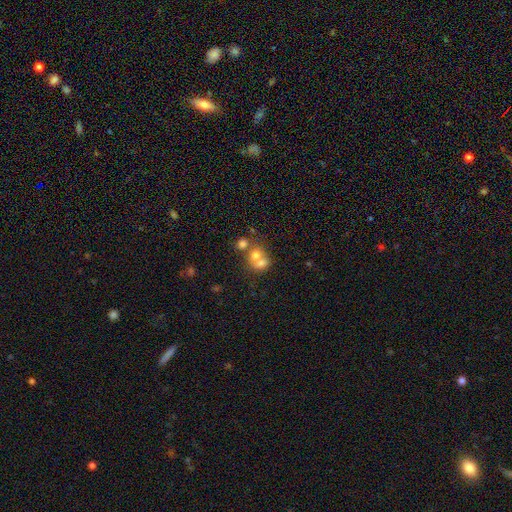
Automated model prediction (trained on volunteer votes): A smooth galaxy with no disk features (59%) that is round (68%). Merging: merger (61%).